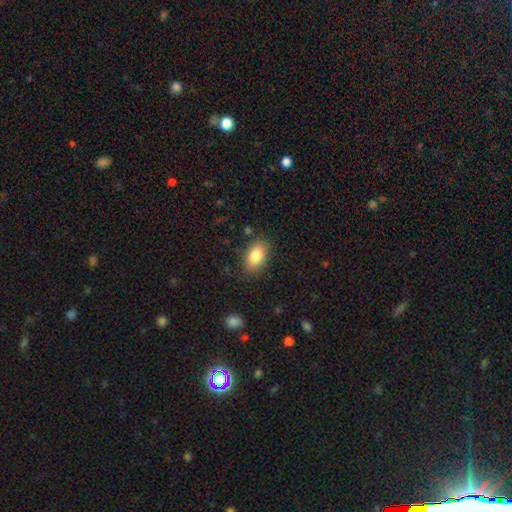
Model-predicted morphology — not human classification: Smooth or featured? Predicted: smooth (p=0.84). How rounded? Predicted: in between (p=0.91). Merging? Predicted: none (p=0.84).